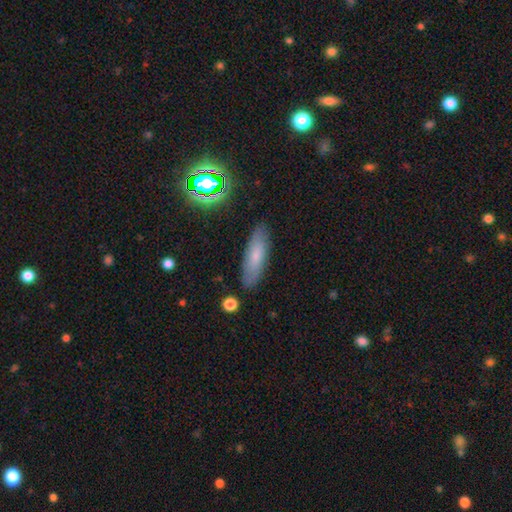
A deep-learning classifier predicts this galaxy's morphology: type=smooth (68%); roundness=cigar-shaped (54%); merging=none (85%).